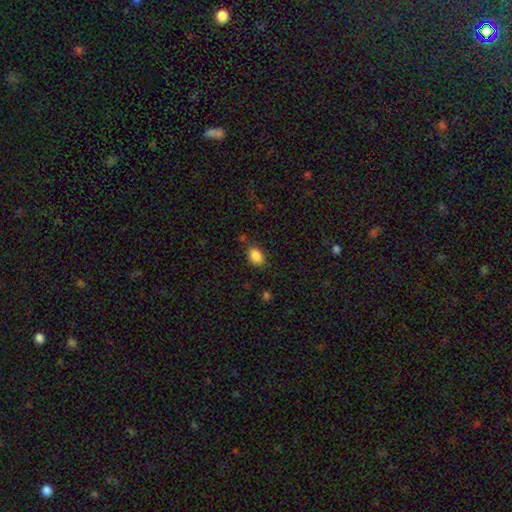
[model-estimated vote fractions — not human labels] A smooth galaxy with no disk features (87%) that is in between round and cigar-shaped (79%).

Vote fractions:
- Smooth or featured? smooth: 87% / star or artifact: 9% / featured or disk: 5%
- How rounded? in between: 79% / round: 20% / cigar-shaped: 1%
- Merging? none: 78% / minor disturbance: 14% / major disturbance: 4% / merger: 4%